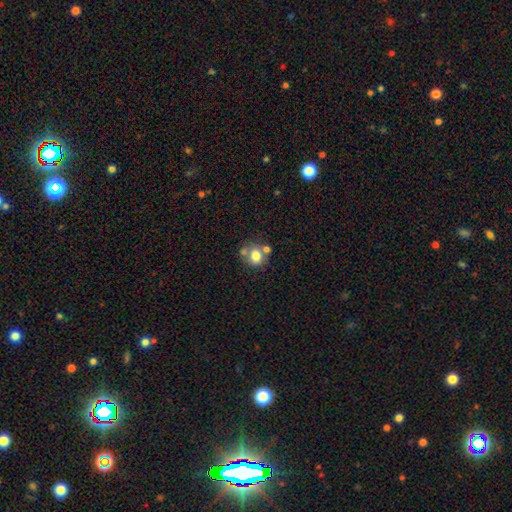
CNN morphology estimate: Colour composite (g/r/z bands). It shows a smooth galaxy with no disk features (74%) that is round (71%). Merging: none (53%).